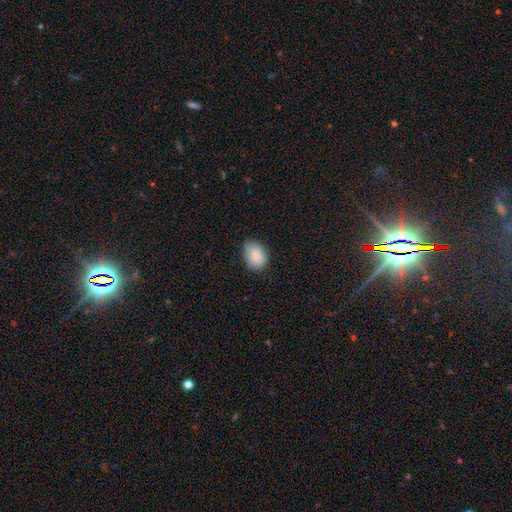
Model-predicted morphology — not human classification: The model was most divided on "how rounded": in between: 66%, round: 33%, cigar-shaped: 1%. More confident: smooth or featured — smooth (88%); merging — none (76%).